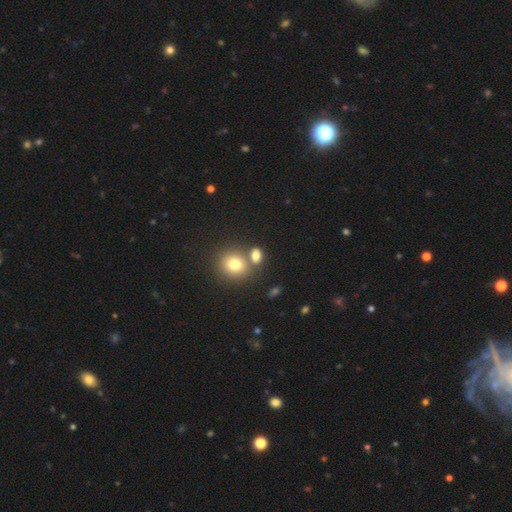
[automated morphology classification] Smooth or featured? Predicted: smooth (p=0.77). How rounded? Predicted: in between (p=0.54). Merging? Predicted: none (p=0.56).